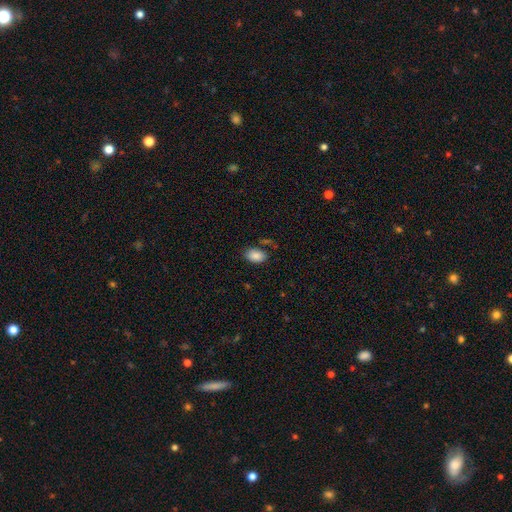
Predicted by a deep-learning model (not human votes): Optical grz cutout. It shows a smooth galaxy with no disk features (88%) that is in between round and cigar-shaped (91%). Merging: none (75%).